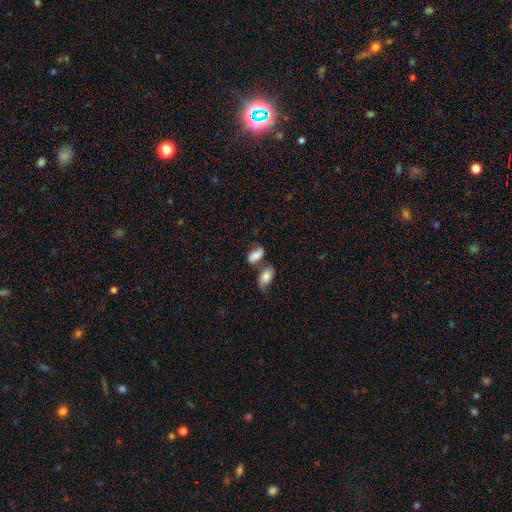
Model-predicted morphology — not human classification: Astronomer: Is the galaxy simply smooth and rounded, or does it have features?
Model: smooth — 77%.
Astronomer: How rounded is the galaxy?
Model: in between — 92%.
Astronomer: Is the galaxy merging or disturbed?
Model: none — 39% (runner-up: merger, 36%).